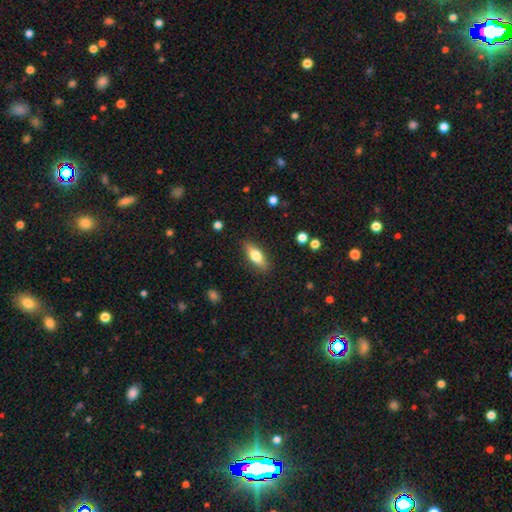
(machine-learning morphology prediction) A smooth galaxy with no disk features (69%) that is in between round and cigar-shaped (67%).

Vote fractions:
- Smooth or featured? smooth: 69% / featured or disk: 24% / star or artifact: 7%
- How rounded? in between: 67% / cigar-shaped: 29% / round: 3%
- Merging? none: 86% / minor disturbance: 10% / major disturbance: 3% / merger: 1%